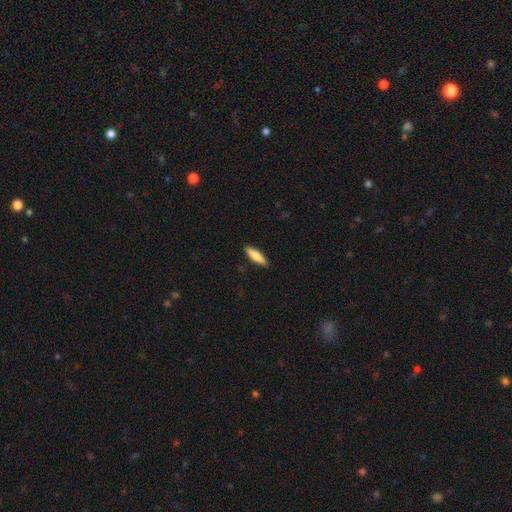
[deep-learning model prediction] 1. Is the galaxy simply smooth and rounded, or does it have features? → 77% smooth, 18% featured or disk, 5% star or artifact.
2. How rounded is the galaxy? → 63% cigar-shaped, 36% in between, 2% round.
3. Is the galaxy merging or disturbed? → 90% none, 8% minor disturbance, 2% major disturbance, 1% merger.